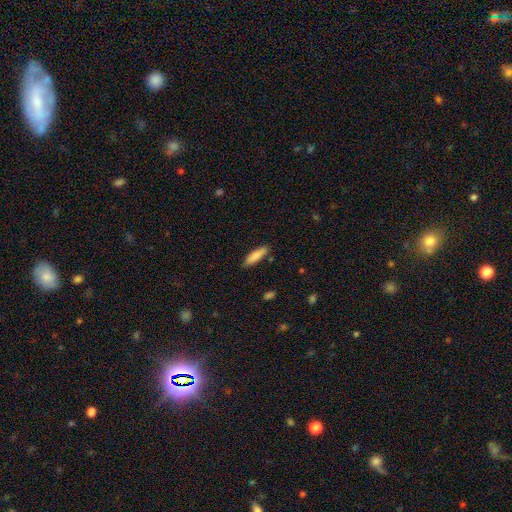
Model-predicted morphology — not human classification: Smooth or featured? Predicted: smooth (p=0.84). How rounded? Predicted: cigar-shaped (p=0.61). Merging? Predicted: none (p=0.85).